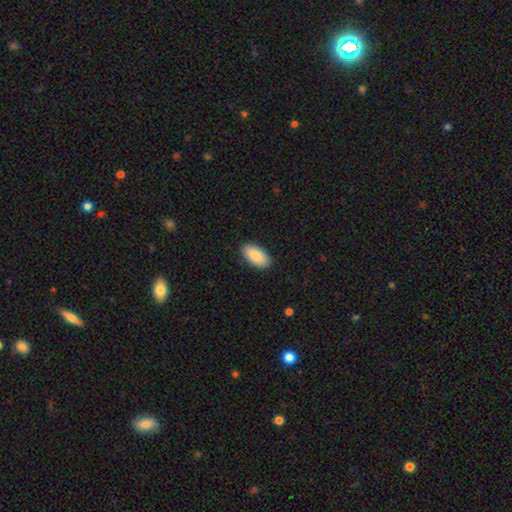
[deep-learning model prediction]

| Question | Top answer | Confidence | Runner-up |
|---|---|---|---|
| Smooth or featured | smooth | 90% | star or artifact (6%) |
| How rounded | in between | 94% | cigar-shaped (4%) |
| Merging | none | 89% | minor disturbance (8%) |